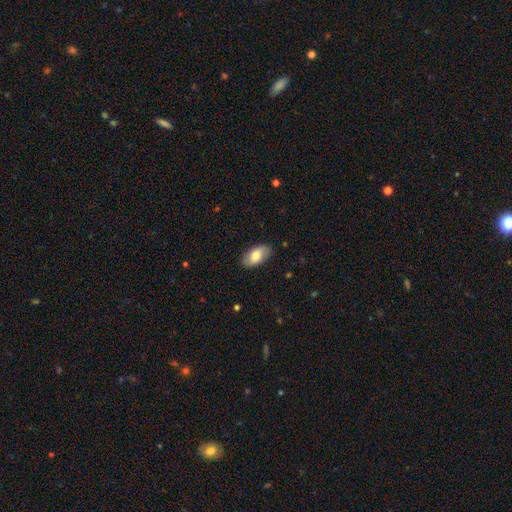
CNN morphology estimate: smooth-or-featured: smooth: 74% | featured or disk: 20% | star or artifact: 6%
  how-rounded: in between: 95% | round: 3% | cigar-shaped: 2%
  merging: none: 85% | minor disturbance: 12% | major disturbance: 3% | merger: 1%